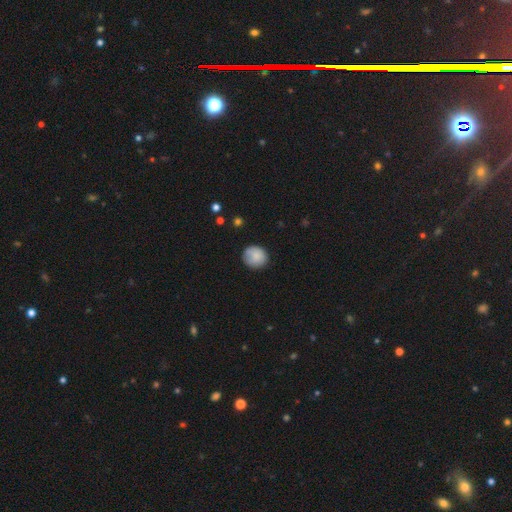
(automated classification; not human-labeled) This appears to be a smooth galaxy with no disk features (84%) that is round (86%). Merging: none (77%).